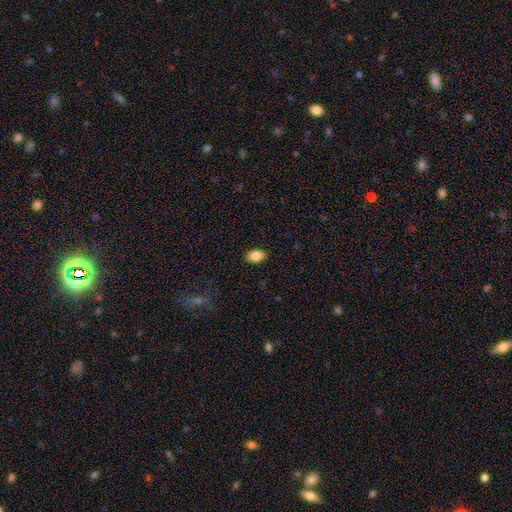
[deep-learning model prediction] smooth 86%, star or artifact 8%, featured or disk 6%. Down the decision tree: how rounded — in between (90%); merging — none (88%).